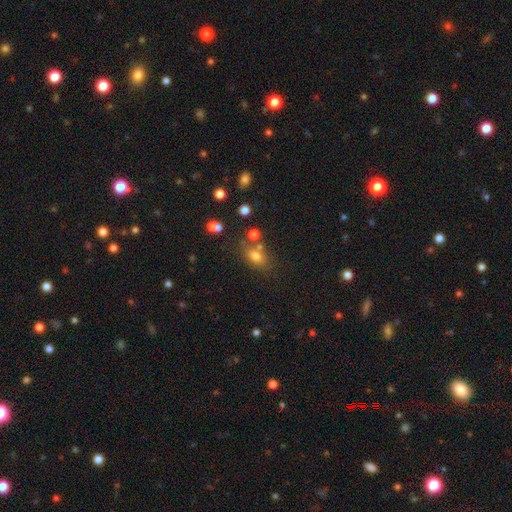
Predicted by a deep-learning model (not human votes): Overall: smooth (73%). How rounded: in between (69%). Merging: none (60%).